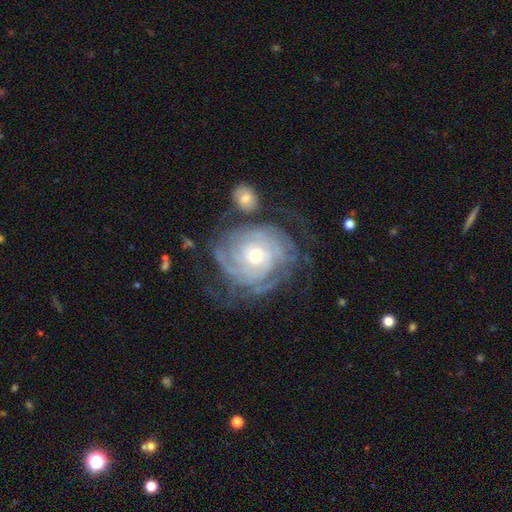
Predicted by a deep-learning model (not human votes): The model was most divided on "bulge size": moderate: 51%, small: 45%, large: 3%, none: 1%, dominant: 1%. Remaining: edge-on disk — no (97%); spiral arms — yes (95%); smooth or featured — featured or disk (88%); bar — no (77%); spiral winding — tight (77%); merging — none (60%); spiral arm count — can't tell (39%).